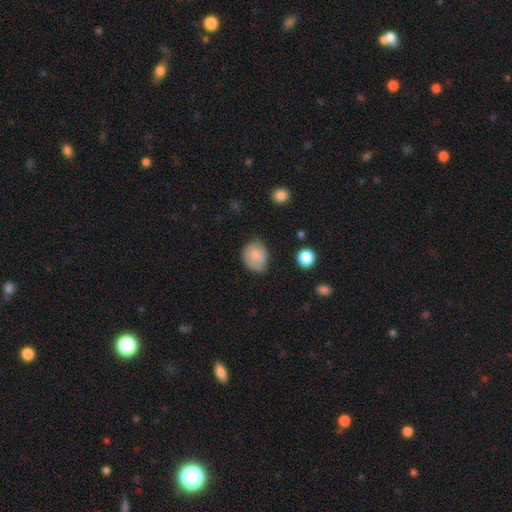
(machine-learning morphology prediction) This is likely a smooth galaxy (75%). How rounded: possibly round (57%). Merging: possibly none (57%).